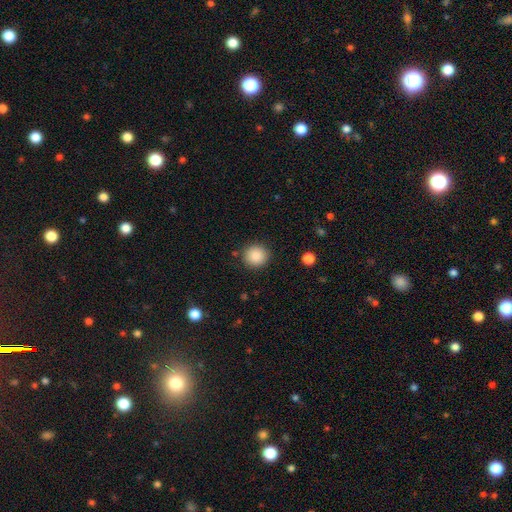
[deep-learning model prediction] A smooth galaxy with no disk features (87%) that is round (93%).

Vote fractions:
- Smooth or featured? smooth: 87% / star or artifact: 9% / featured or disk: 4%
- How rounded? round: 93% / in between: 6% / cigar-shaped: 1%
- Merging? none: 89% / minor disturbance: 7% / major disturbance: 3% / merger: 2%